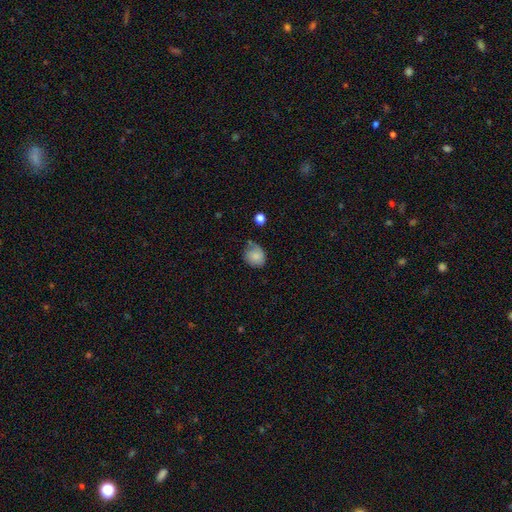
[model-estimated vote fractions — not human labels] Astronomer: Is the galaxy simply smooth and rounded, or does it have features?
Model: smooth — 83%.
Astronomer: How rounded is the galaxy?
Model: round — 72%.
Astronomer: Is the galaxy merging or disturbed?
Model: none — 57%.